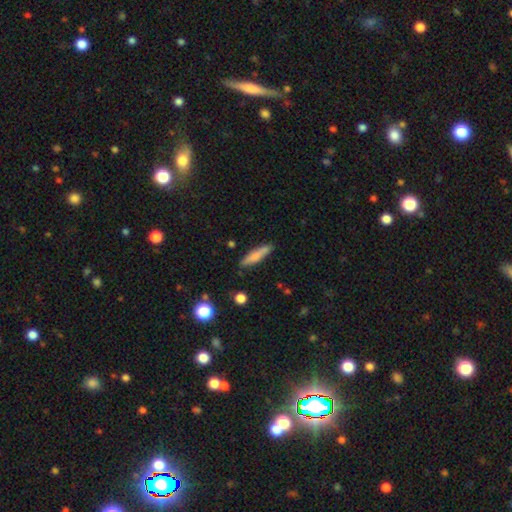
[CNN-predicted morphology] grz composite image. It shows a smooth galaxy with no disk features (73%) that is cigar-shaped (82%). Merging: none (82%).